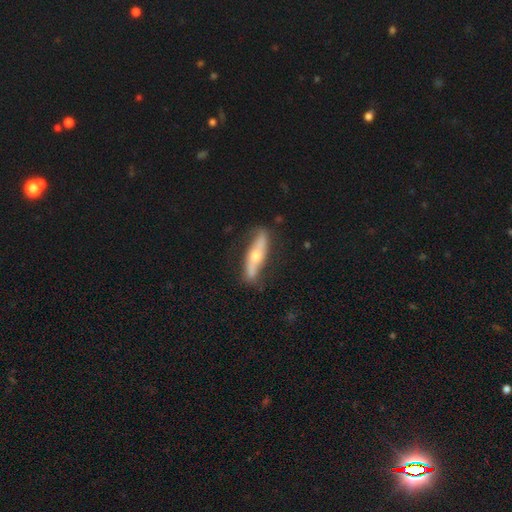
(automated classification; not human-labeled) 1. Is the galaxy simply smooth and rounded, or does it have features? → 62% featured or disk, 32% smooth, 5% star or artifact.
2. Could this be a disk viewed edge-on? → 69% yes, 31% no.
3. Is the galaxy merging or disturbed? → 78% none, 16% minor disturbance, 4% major disturbance, 2% merger.